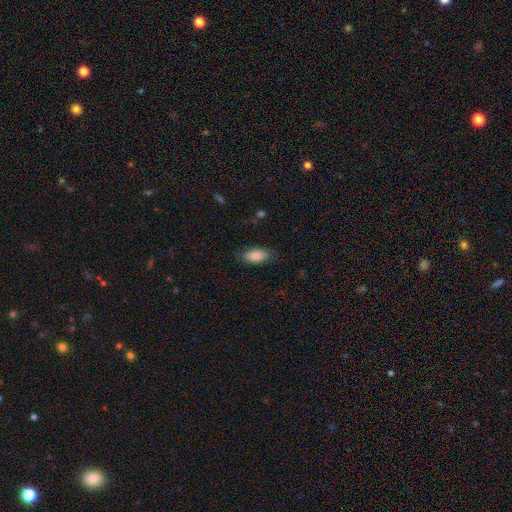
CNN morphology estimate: This appears to be a smooth galaxy with no disk features (87%) that is in between round and cigar-shaped (90%). Merging: none (77%).